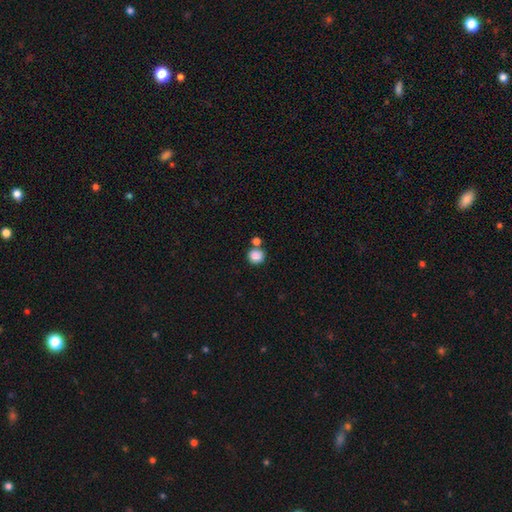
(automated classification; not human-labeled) Smooth or featured? Predicted: smooth (p=0.86). How rounded? Predicted: round (p=0.88). Merging? Predicted: none (p=0.68).